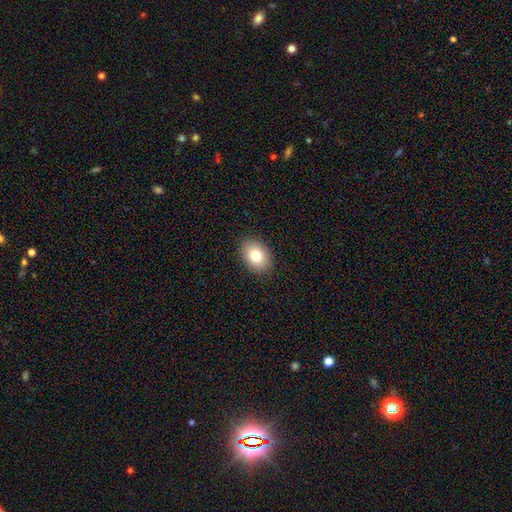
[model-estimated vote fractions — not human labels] This is likely a smooth galaxy (79%). How rounded: likely in between (74%). Merging: clearly none (89%).